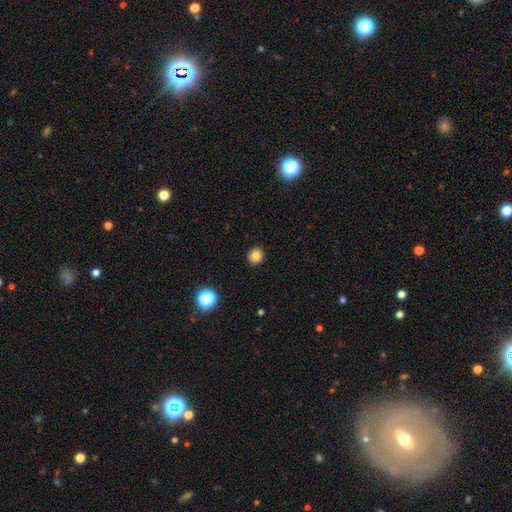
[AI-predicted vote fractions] smooth-or-featured: smooth: 83% | star or artifact: 12% | featured or disk: 5%
  how-rounded: round: 88% | in between: 11% | cigar-shaped: 1%
  merging: none: 92% | minor disturbance: 5% | major disturbance: 2% | merger: 1%